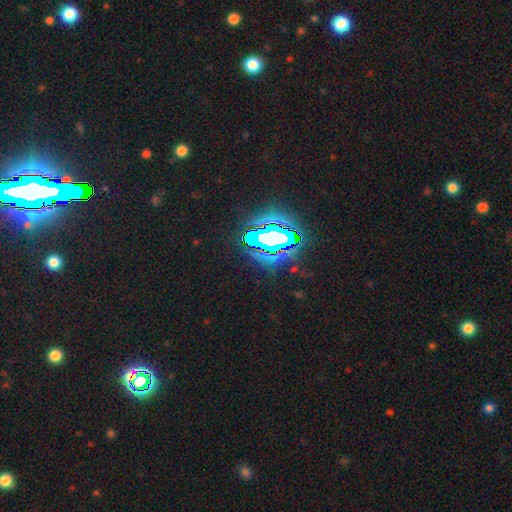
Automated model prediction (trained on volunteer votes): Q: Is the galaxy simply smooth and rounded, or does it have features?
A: star or artifact — 79%.